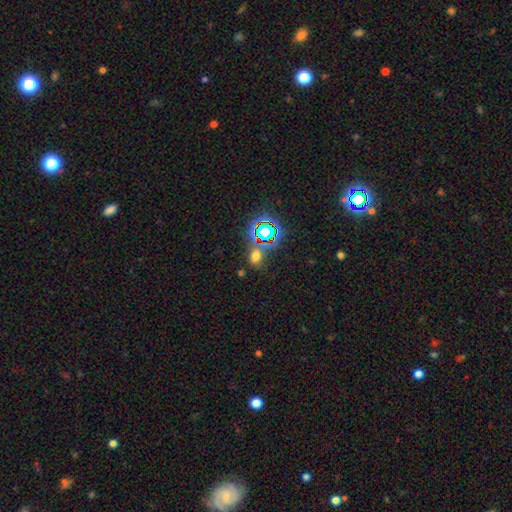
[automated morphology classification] This appears to be a smooth galaxy with no disk features (52%) that is in between round and cigar-shaped (62%). Merging: none (68%).